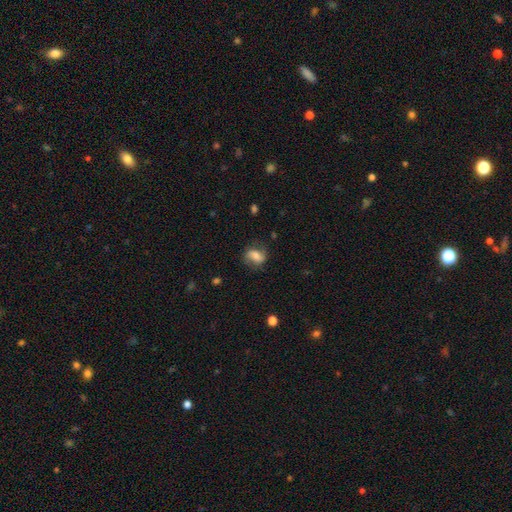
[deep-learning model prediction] Smooth or featured? Predicted: smooth (p=0.55). How rounded? Predicted: in between (p=0.66). Merging? Predicted: none (p=0.68).